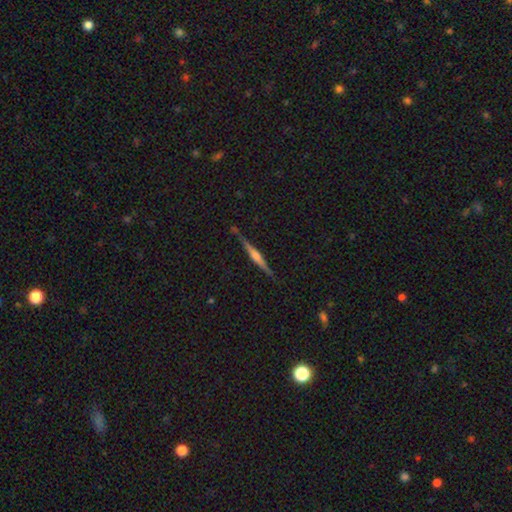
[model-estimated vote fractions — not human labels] A featured or disk galaxy (75%) viewed edge-on (98%) with a rounded central bulge (73%).

Vote fractions:
- Smooth or featured? featured or disk: 75% / smooth: 18% / star or artifact: 7%
- Edge-on disk? yes: 98% / no: 2%
- Edge-on bulge? rounded: 73% / boxy: 17% / none: 10%
- Merging? none: 86% / minor disturbance: 10% / major disturbance: 2% / merger: 2%